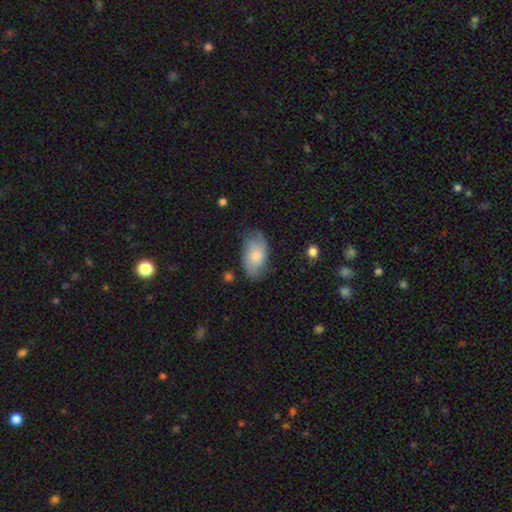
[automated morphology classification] This appears to be a smooth galaxy with no disk features (59%) that is in between round and cigar-shaped (92%). Merging: none (67%).